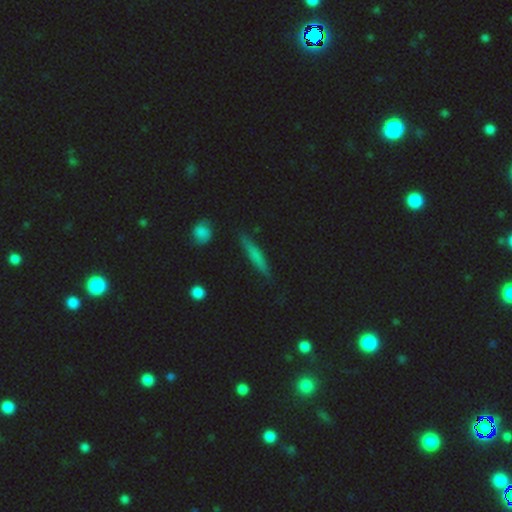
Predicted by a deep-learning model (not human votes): Smooth or featured? smooth (54%)
How rounded? cigar-shaped (88%)
Merging? none (83%)